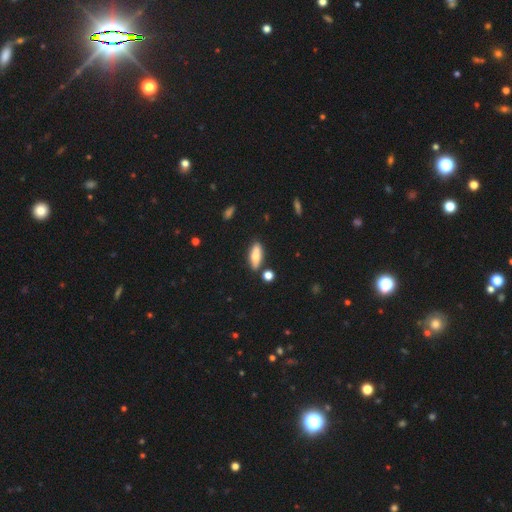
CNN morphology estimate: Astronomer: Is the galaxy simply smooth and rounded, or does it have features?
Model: smooth — 73%.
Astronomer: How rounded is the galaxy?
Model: in between — 67%.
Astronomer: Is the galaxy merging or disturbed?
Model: none — 81%.